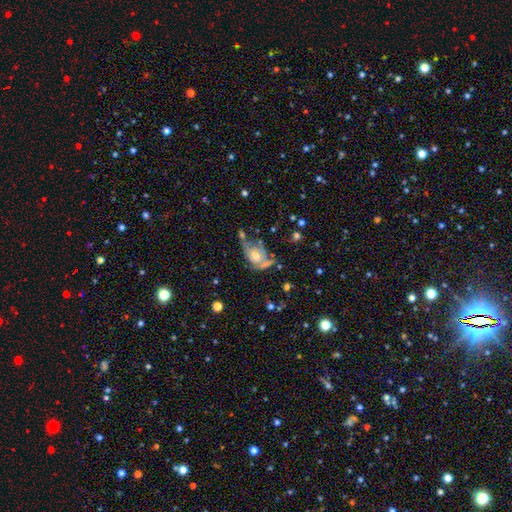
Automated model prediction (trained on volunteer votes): smooth-or-featured: featured or disk: 55% | smooth: 34% | star or artifact: 10%
  disk-edge-on: no: 93% | yes: 7%
    bar: no: 82% | weak: 15% | strong: 3%
    has-spiral-arms: yes: 55% | no: 45%
    bulge-size: moderate: 55% | small: 23% | large: 15% | none: 5% | dominant: 2%
  merging: major disturbance: 28% | none: 27% | minor disturbance: 25% | merger: 20%